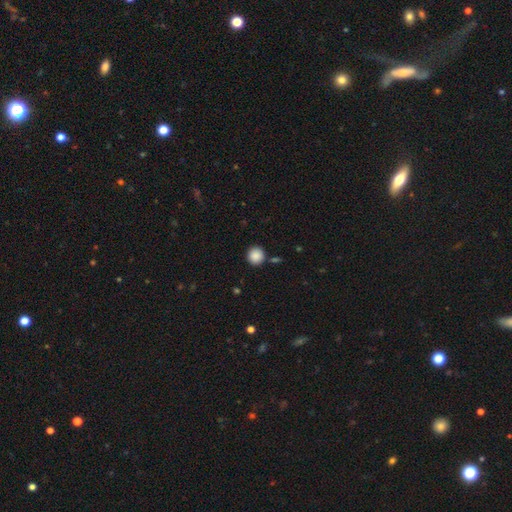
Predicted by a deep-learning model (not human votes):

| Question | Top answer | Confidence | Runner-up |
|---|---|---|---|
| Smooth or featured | smooth | 89% | star or artifact (9%) |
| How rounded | round | 92% | in between (7%) |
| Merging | none | 86% | minor disturbance (7%) |